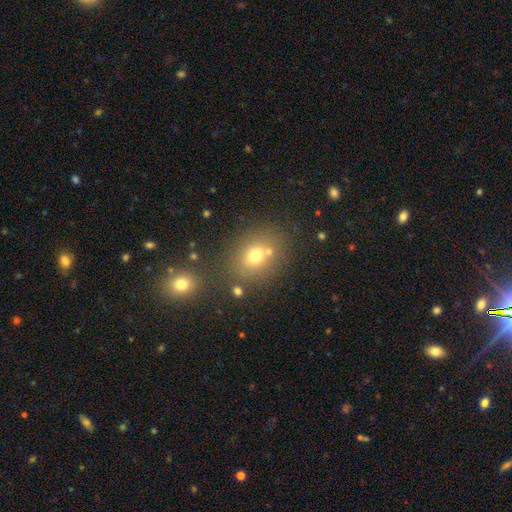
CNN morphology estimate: Smooth or featured?
  - smooth: 67% *
  - star or artifact: 18%
  - featured or disk: 15%
How rounded?
  - round: 56% *
  - in between: 43%
  - cigar-shaped: 1%
Merging?
  - none: 67% *
  - merger: 16%
  - minor disturbance: 12%
  - major disturbance: 5%